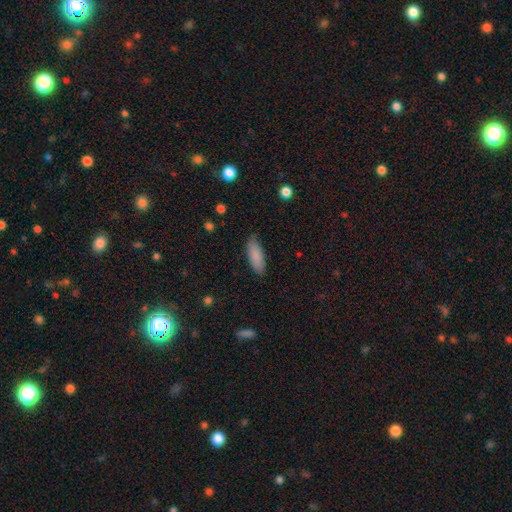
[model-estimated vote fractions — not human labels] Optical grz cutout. It shows a smooth galaxy with no disk features (87%) that is in between round and cigar-shaped (67%). Merging: none (84%).